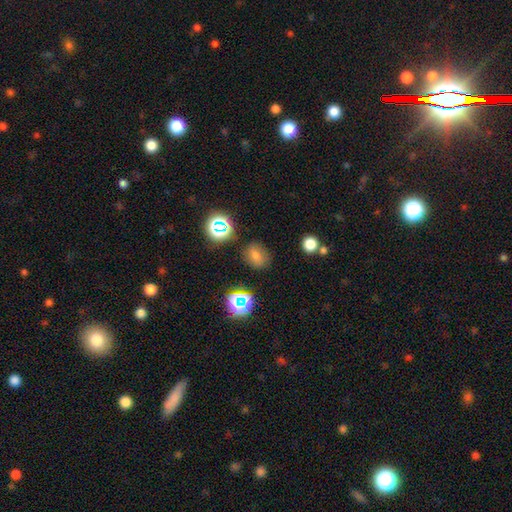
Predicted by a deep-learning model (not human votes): A smooth galaxy with no disk features (69%) that is in between round and cigar-shaped (54%).

Vote fractions:
- Smooth or featured? smooth: 69% / star or artifact: 22% / featured or disk: 9%
- How rounded? in between: 54% / round: 45% / cigar-shaped: 2%
- Merging? none: 78% / minor disturbance: 14% / major disturbance: 5% / merger: 3%